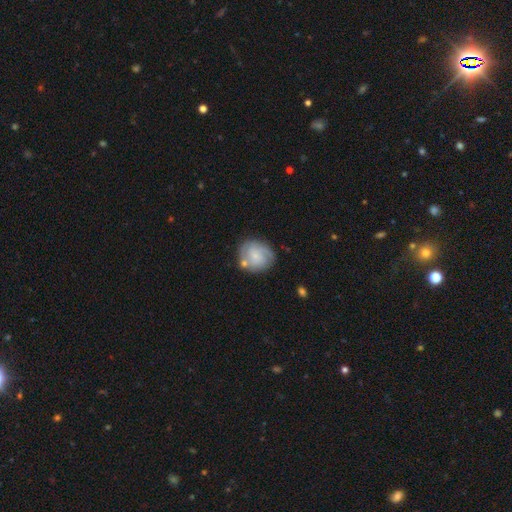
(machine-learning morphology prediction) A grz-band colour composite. It shows a featured or disk galaxy (51%). Merging: none (69%).